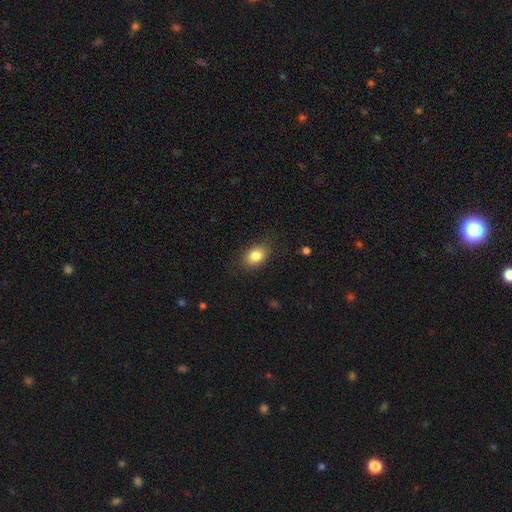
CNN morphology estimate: The model was most divided on "how rounded": in between: 78%, round: 21%, cigar-shaped: 1%. More confident: smooth or featured — smooth (83%); merging — none (82%).